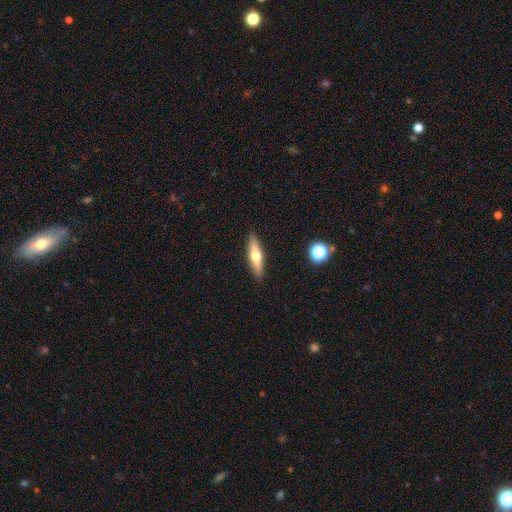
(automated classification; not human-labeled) The model was most divided on "smooth or featured": smooth: 50%, featured or disk: 43%, star or artifact: 7%. More confident: merging — none (90%); how rounded — cigar-shaped (72%).